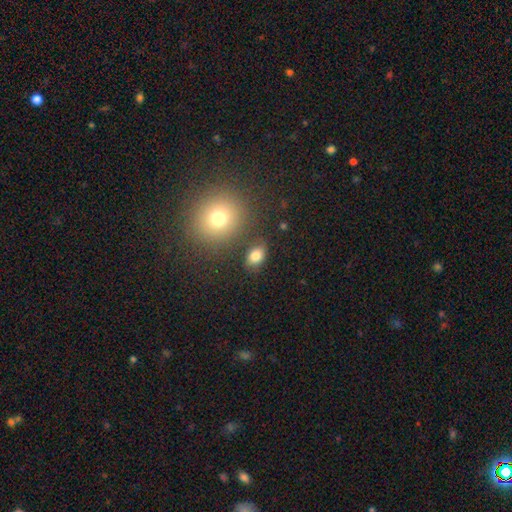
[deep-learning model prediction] smooth 81%, star or artifact 11%, featured or disk 8%. Down the decision tree: how rounded — in between (79%); merging — none (77%).